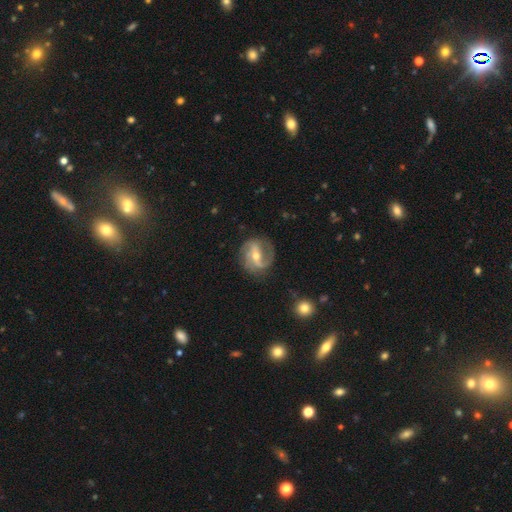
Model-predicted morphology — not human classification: The model was most divided on "bar" (2-way tie): strong: 40%, weak: 40%, no: 19%. Remaining: edge-on disk — no (97%); spiral arms — yes (95%); smooth or featured — featured or disk (85%); merging — none (74%); spiral arm count — 2 (68%); bulge size — moderate (55%); spiral winding — medium (45%).